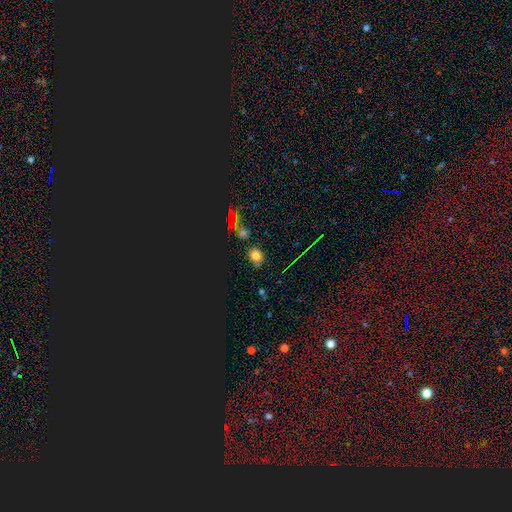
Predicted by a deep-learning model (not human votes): Q: Smooth or featured?
A: smooth (60%); runner-up: star or artifact (33%)
Q: How rounded?
A: round (61%); runner-up: in between (37%)
Q: Merging?
A: none (77%); runner-up: minor disturbance (12%)